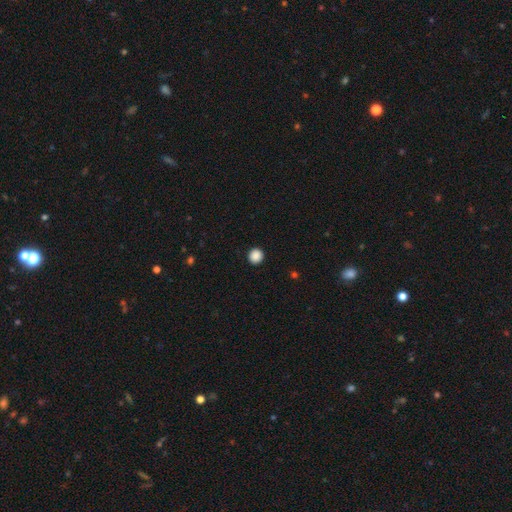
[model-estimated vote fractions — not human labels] smooth_or_featured: smooth (p=0.89) [alt: star or artifact p=0.09]
how_rounded: round (p=0.94) [alt: in between p=0.05]
merging: none (p=0.93) [alt: minor disturbance p=0.04]